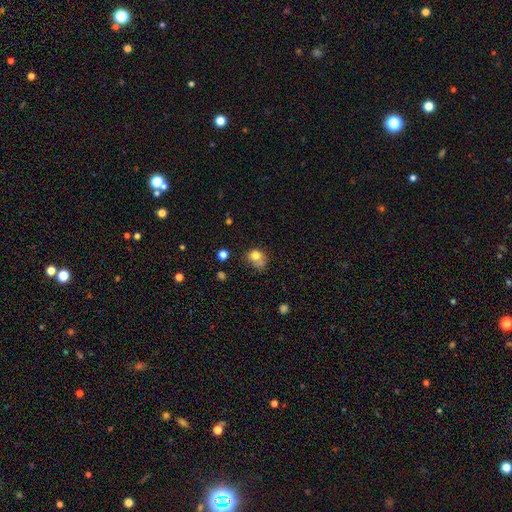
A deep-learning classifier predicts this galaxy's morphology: This appears to be a smooth galaxy with no disk features (74%) that is round (58%). Merging: none (37%).